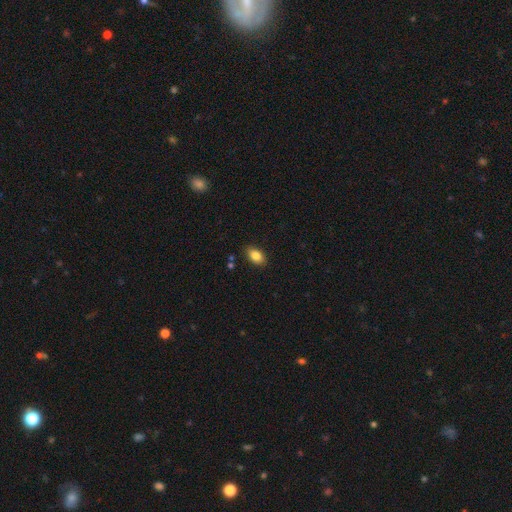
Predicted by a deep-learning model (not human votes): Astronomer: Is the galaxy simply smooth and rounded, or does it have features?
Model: smooth — 85%.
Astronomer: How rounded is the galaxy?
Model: in between — 87%.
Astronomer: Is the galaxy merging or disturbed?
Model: none — 85%.